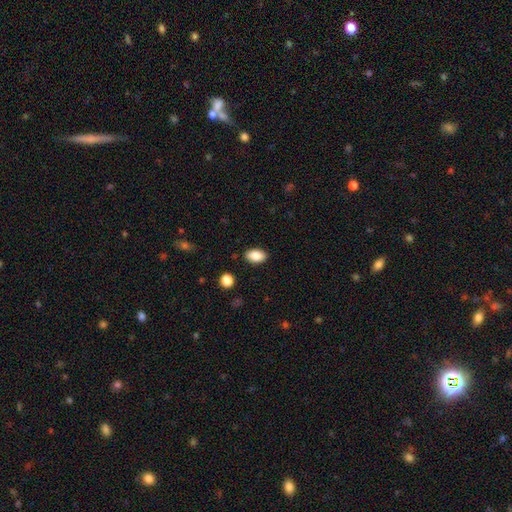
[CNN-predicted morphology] This appears to be a smooth galaxy with no disk features (85%) that is in between round and cigar-shaped (91%). Merging: none (88%).